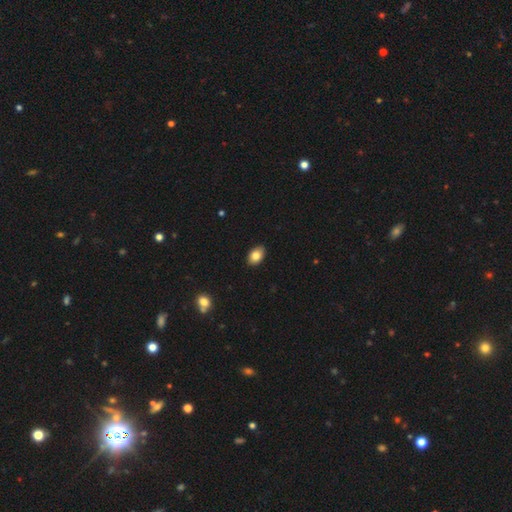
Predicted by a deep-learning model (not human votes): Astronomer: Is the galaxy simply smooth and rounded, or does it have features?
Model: smooth — 83%.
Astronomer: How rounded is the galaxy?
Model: in between — 85%.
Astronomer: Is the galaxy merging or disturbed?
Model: none — 89%.